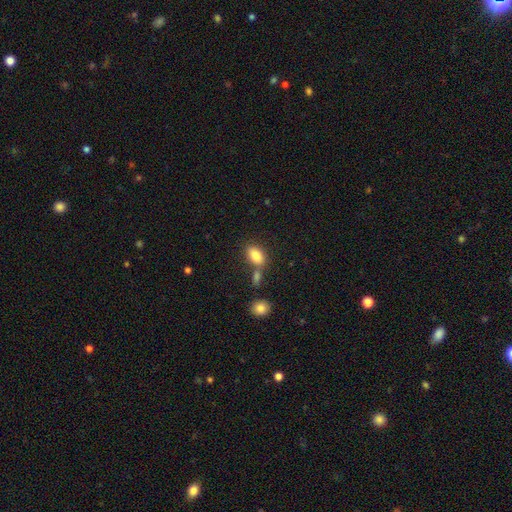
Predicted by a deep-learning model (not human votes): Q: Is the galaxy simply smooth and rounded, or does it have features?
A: smooth — 85%.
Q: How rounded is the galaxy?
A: in between — 89%.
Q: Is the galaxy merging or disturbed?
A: none — 62%.